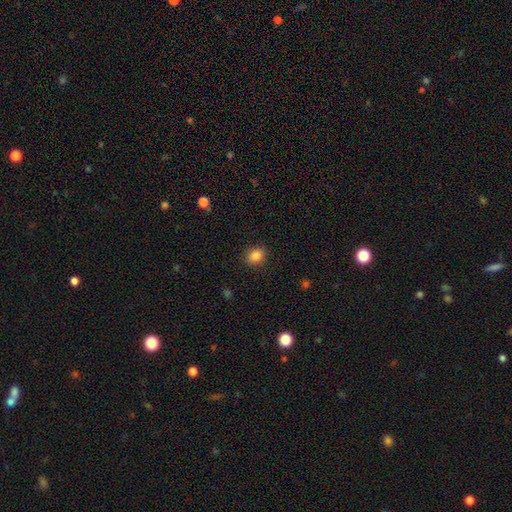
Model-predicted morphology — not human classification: The model was most divided on "how rounded": round: 56%, in between: 43%, cigar-shaped: 1%. More confident: merging — none (88%); smooth or featured — smooth (85%).